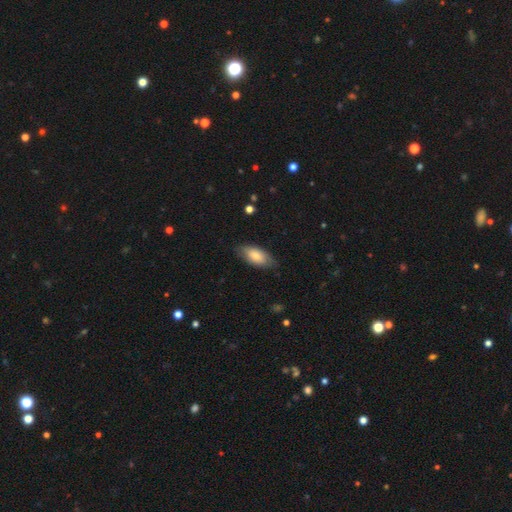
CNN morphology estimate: A smooth galaxy with no disk features (76%) that is in between round and cigar-shaped (90%). Merging: none (78%).